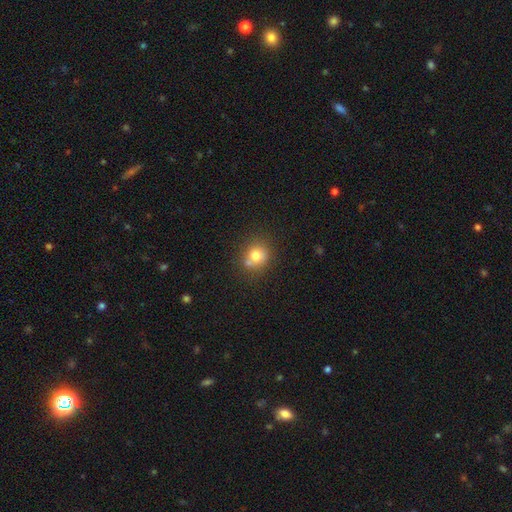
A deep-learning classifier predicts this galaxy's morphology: Smooth or featured?
  - smooth: 75% *
  - featured or disk: 14%
  - star or artifact: 11%
How rounded?
  - round: 79% *
  - in between: 20%
  - cigar-shaped: 1%
Merging?
  - none: 57% *
  - merger: 25%
  - minor disturbance: 14%
  - major disturbance: 4%